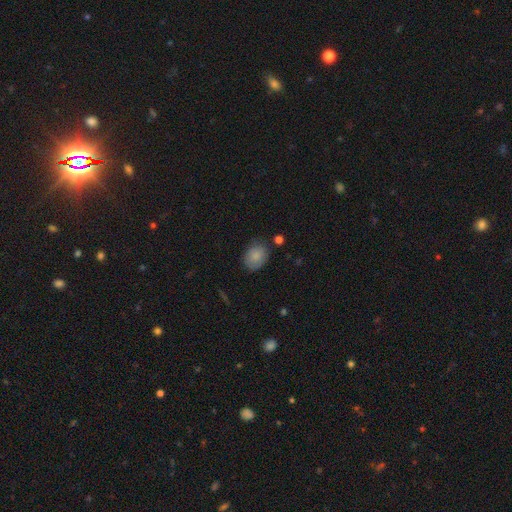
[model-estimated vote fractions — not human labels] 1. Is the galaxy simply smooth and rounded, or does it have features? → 85% smooth, 8% featured or disk, 8% star or artifact.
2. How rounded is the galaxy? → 64% in between, 35% round, 1% cigar-shaped.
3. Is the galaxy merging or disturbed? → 74% none, 19% minor disturbance, 4% major disturbance, 2% merger.